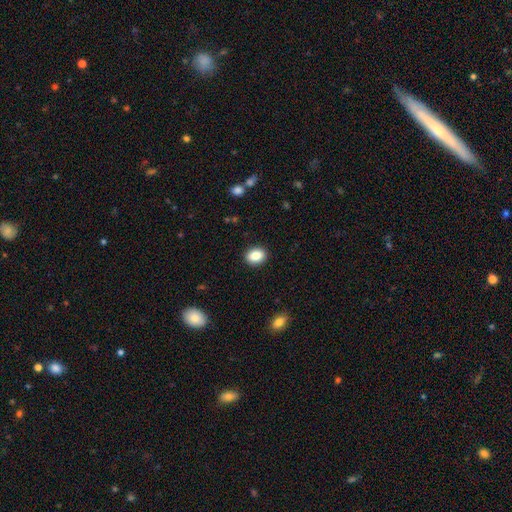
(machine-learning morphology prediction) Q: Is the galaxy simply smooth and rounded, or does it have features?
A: smooth — 86%.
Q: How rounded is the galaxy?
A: in between — 59%.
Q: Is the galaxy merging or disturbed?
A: none — 90%.